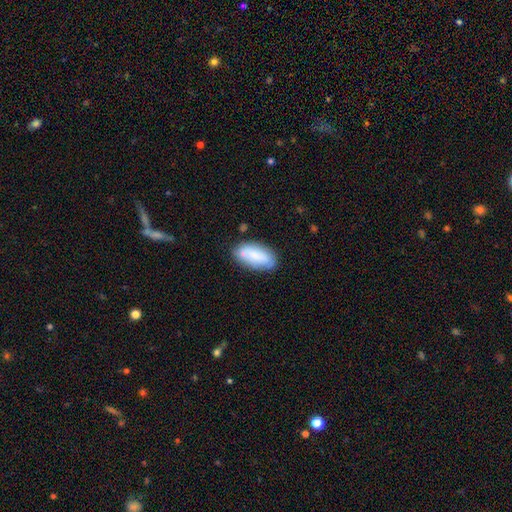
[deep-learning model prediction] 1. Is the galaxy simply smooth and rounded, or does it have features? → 77% smooth, 16% featured or disk, 7% star or artifact.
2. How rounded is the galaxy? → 91% in between, 6% cigar-shaped, 2% round.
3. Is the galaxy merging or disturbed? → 69% none, 19% minor disturbance, 7% merger, 5% major disturbance.